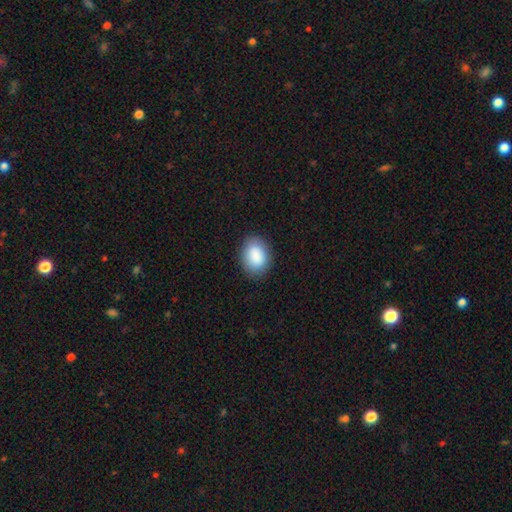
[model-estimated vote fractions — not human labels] A smooth galaxy with no disk features (88%) that is in between round and cigar-shaped (73%).

Vote fractions:
- Smooth or featured? smooth: 88% / star or artifact: 7% / featured or disk: 5%
- How rounded? in between: 73% / round: 26% / cigar-shaped: 1%
- Merging? none: 85% / minor disturbance: 11% / major disturbance: 3% / merger: 1%